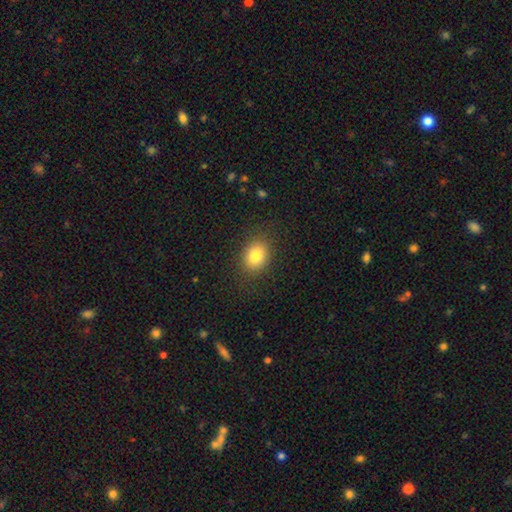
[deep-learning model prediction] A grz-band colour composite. It shows a smooth galaxy with no disk features (83%) that is in between round and cigar-shaped (56%). Merging: none (85%).